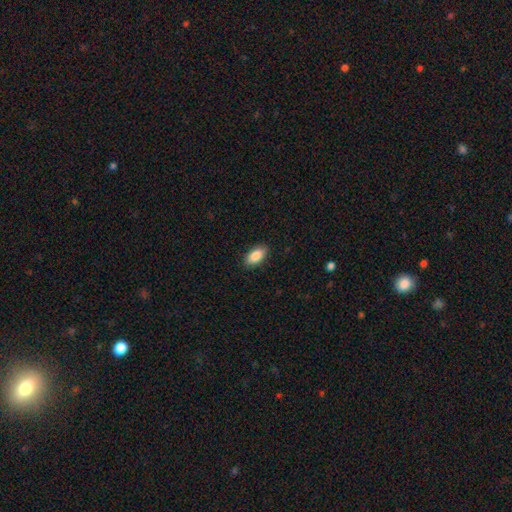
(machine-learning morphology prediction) smooth_or_featured: smooth (p=0.88) [alt: star or artifact p=0.07]
how_rounded: in between (p=0.93) [alt: cigar-shaped p=0.04]
merging: none (p=0.89) [alt: minor disturbance p=0.08]